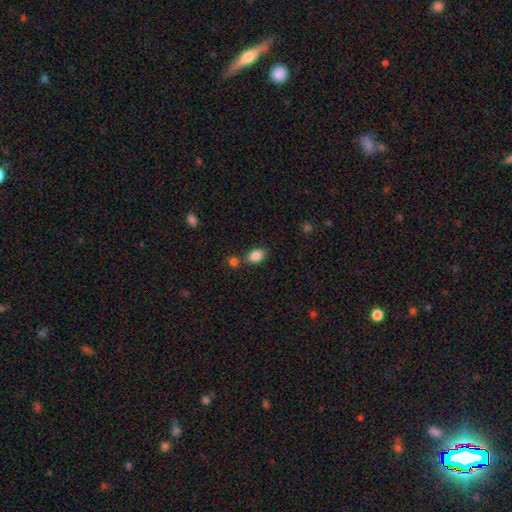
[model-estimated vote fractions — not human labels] This appears to be a smooth galaxy with no disk features (86%) that is in between round and cigar-shaped (78%). Merging: none (71%).